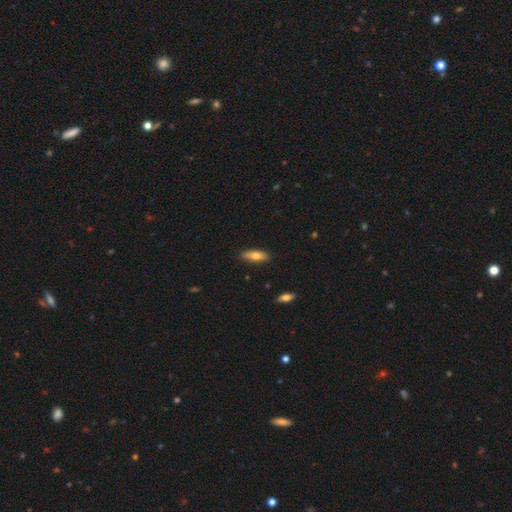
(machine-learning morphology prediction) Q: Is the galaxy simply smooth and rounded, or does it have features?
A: smooth — 69%.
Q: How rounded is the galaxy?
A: cigar-shaped — 50%.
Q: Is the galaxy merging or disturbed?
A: none — 88%.